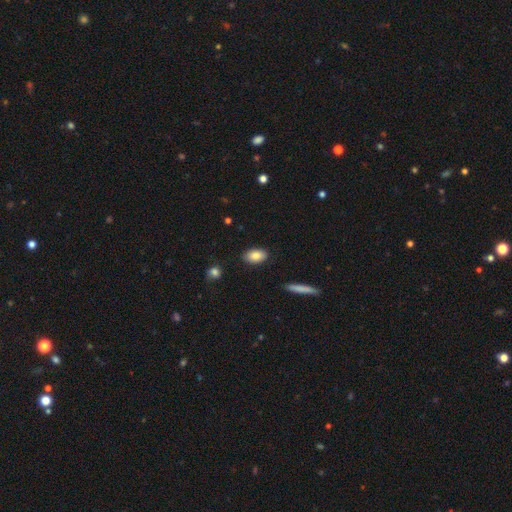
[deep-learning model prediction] smooth 83%, featured or disk 10%, star or artifact 7%. Down the decision tree: how rounded — in between (92%); merging — none (88%).